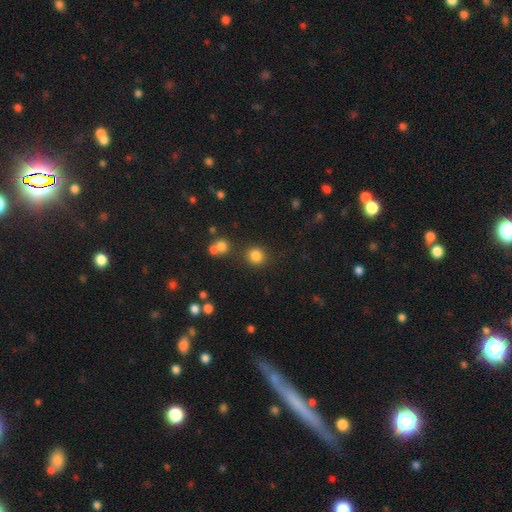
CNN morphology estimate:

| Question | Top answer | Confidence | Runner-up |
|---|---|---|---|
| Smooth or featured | smooth | 82% | star or artifact (13%) |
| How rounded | round | 90% | in between (9%) |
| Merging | none | 82% | minor disturbance (8%) |